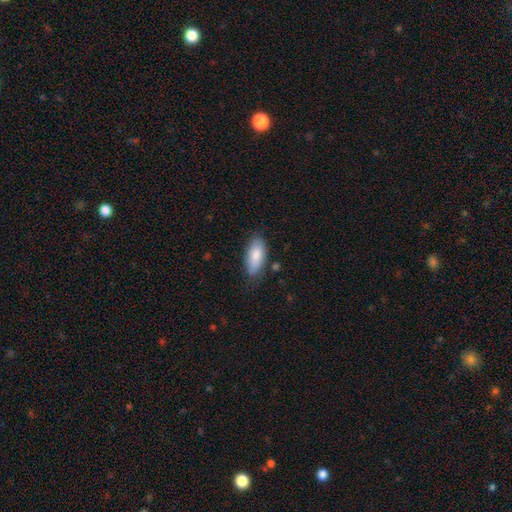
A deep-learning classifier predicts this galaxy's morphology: Smooth or featured? smooth (84%)
How rounded? in between (86%)
Merging? none (76%)